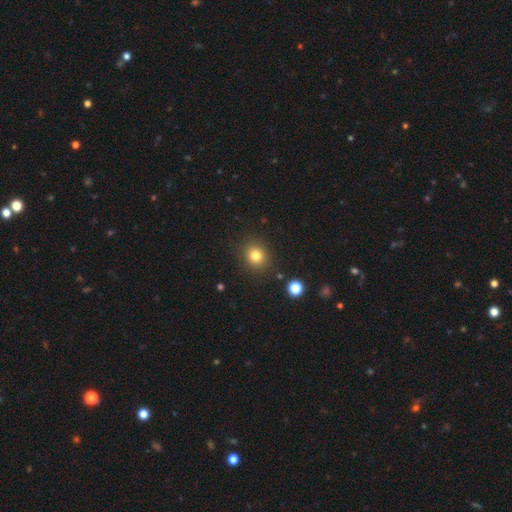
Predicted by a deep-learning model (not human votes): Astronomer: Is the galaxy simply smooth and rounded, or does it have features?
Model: smooth — 81%.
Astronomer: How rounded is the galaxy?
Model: round — 85%.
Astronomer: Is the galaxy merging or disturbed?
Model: none — 88%.